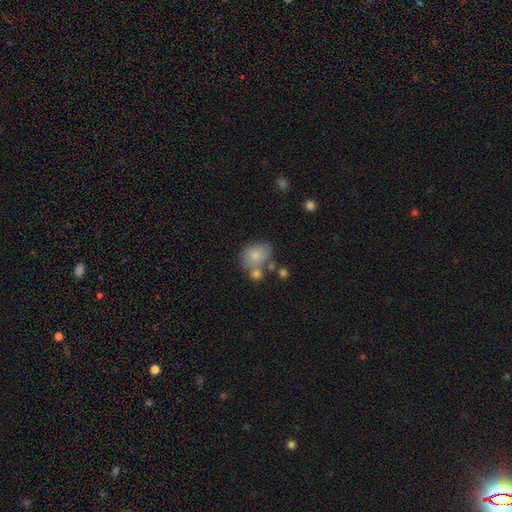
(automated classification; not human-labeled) A smooth galaxy with no disk features (76%) that is in between round and cigar-shaped (57%). Merging: none (43%).